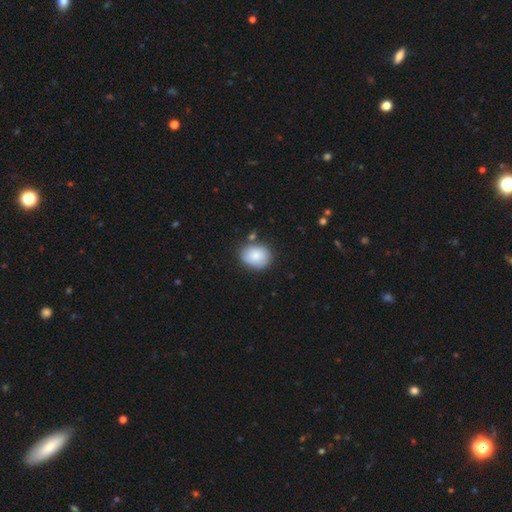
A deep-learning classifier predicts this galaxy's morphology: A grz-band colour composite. It shows a smooth galaxy with no disk features (85%) that is in between round and cigar-shaped (53%). Merging: none (76%).